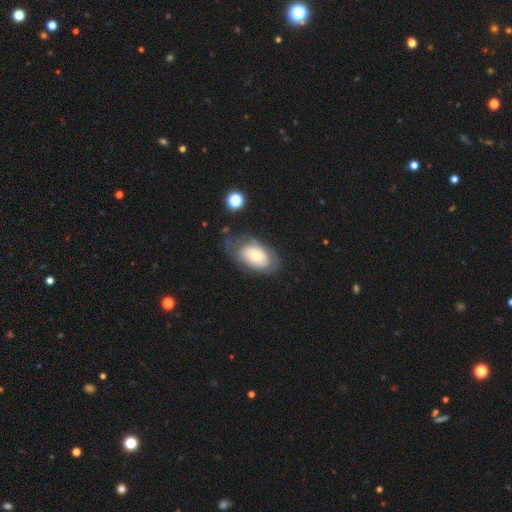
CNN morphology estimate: smooth_or_featured: smooth (p=0.46) [tied with: featured or disk p=0.46]
merging: none (p=0.57) [alt: minor disturbance p=0.27]